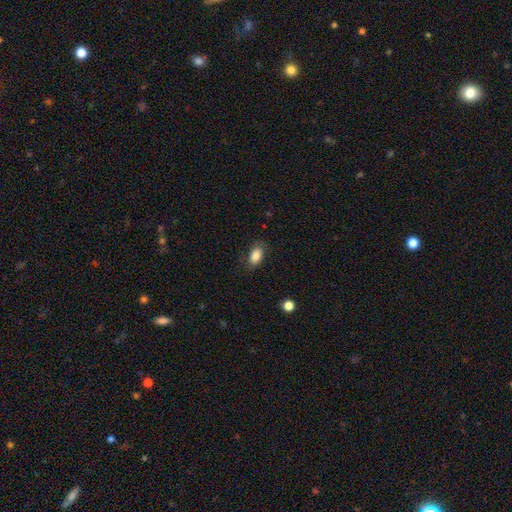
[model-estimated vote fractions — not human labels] Smooth or featured? Predicted: smooth (p=0.84). How rounded? Predicted: in between (p=0.90). Merging? Predicted: none (p=0.80).